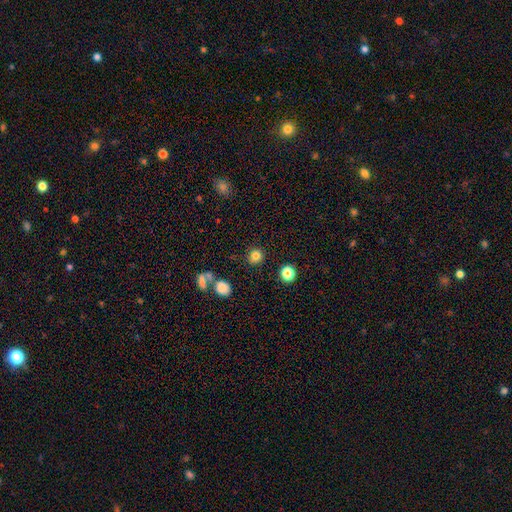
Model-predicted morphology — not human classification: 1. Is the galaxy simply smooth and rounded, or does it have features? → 81% smooth, 13% star or artifact, 6% featured or disk.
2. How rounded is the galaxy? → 90% round, 9% in between, 1% cigar-shaped.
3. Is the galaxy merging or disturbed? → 85% none, 8% minor disturbance, 5% merger, 3% major disturbance.